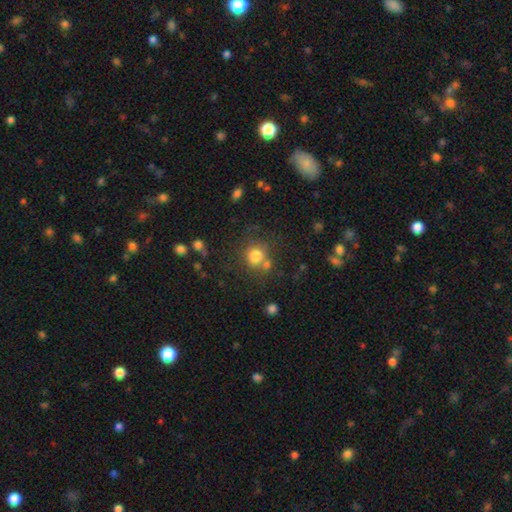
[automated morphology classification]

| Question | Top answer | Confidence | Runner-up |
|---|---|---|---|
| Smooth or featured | smooth | 77% | star or artifact (13%) |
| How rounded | round | 80% | in between (19%) |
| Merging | none | 61% | merger (20%) |